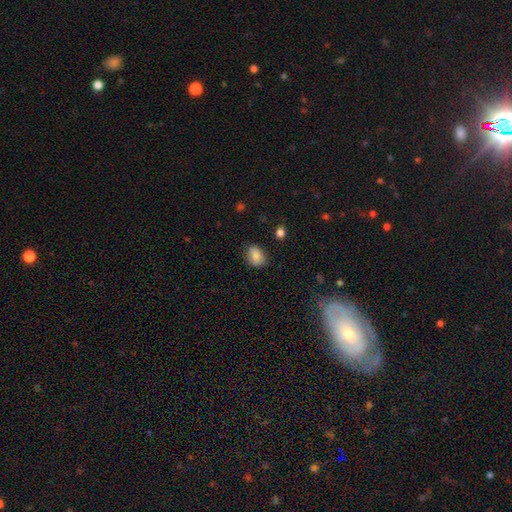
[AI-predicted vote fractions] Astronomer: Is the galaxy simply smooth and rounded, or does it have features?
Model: smooth — 85%.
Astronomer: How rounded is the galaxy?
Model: in between — 69%.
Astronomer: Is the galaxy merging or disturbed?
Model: none — 80%.